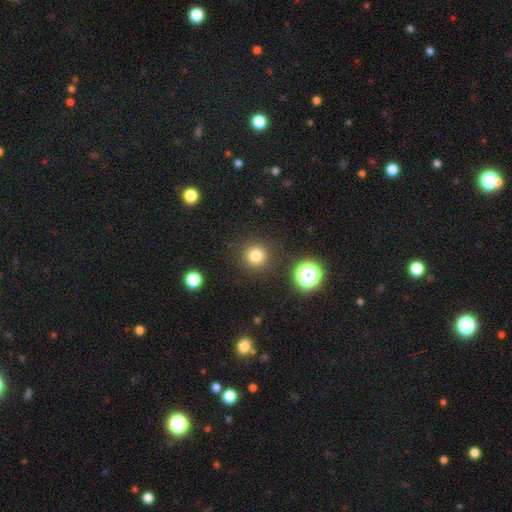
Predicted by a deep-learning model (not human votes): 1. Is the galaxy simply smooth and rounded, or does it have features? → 79% smooth, 14% star or artifact, 6% featured or disk.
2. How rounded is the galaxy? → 95% round, 4% in between, 1% cigar-shaped.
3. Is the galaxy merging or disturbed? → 89% none, 6% minor disturbance, 3% major disturbance, 2% merger.